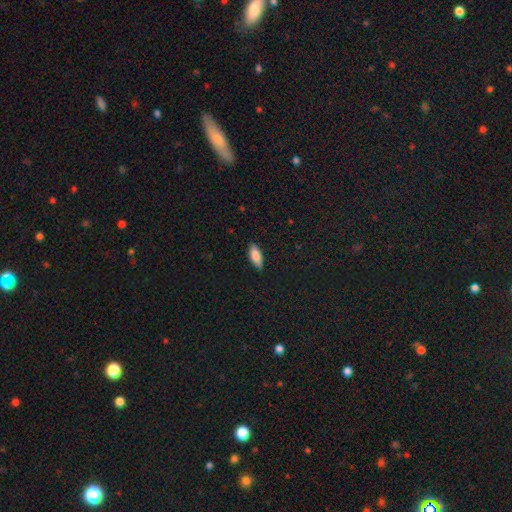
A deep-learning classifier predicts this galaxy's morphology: smooth-or-featured: smooth: 82% | featured or disk: 12% | star or artifact: 7%
  how-rounded: in between: 77% | cigar-shaped: 21% | round: 2%
  merging: none: 87% | minor disturbance: 10% | major disturbance: 2% | merger: 1%